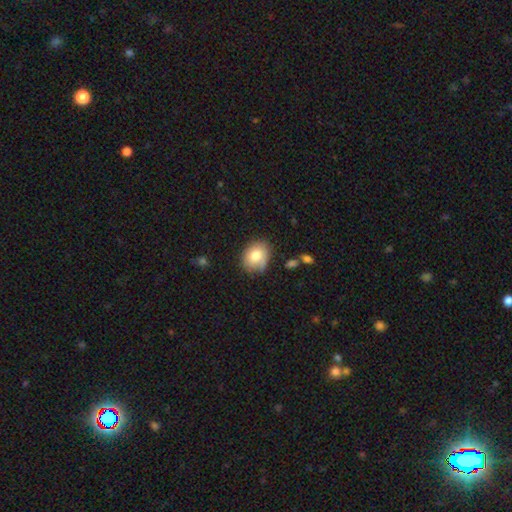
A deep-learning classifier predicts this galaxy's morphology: Q: Smooth or featured?
A: smooth (78%); runner-up: featured or disk (13%)
Q: How rounded?
A: in between (52%); runner-up: round (47%)
Q: Merging?
A: none (74%); runner-up: minor disturbance (20%)